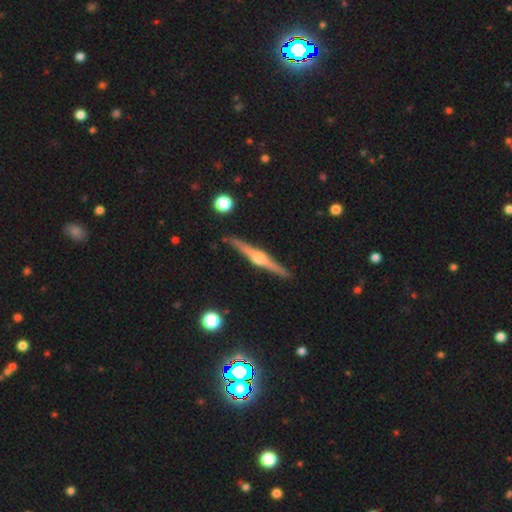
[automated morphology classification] Smooth or featured? Predicted: featured or disk (p=0.83). Edge-on disk? Predicted: yes (p=0.98). Edge-on bulge? Predicted: rounded (p=0.92). Merging? Predicted: none (p=0.91).